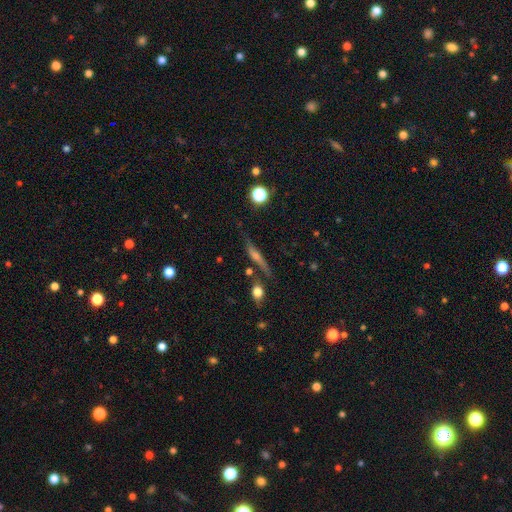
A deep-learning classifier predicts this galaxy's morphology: Smooth or featured?
  - featured or disk: 61% *
  - smooth: 27%
  - star or artifact: 12%
Edge-on disk?
  - yes: 90% *
  - no: 10%
Edge-on bulge?
  - rounded: 68% *
  - none: 20%
  - boxy: 12%
Merging?
  - none: 70% *
  - minor disturbance: 17%
  - merger: 7%
  - major disturbance: 6%